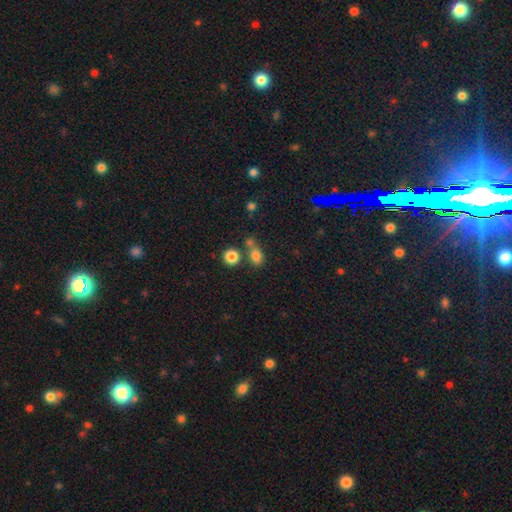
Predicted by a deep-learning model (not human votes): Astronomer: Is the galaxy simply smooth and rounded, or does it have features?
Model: smooth — 79%.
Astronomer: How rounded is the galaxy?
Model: in between — 53% (runner-up: round, 44%).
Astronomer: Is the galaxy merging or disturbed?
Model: none — 53% (runner-up: merger, 29%).